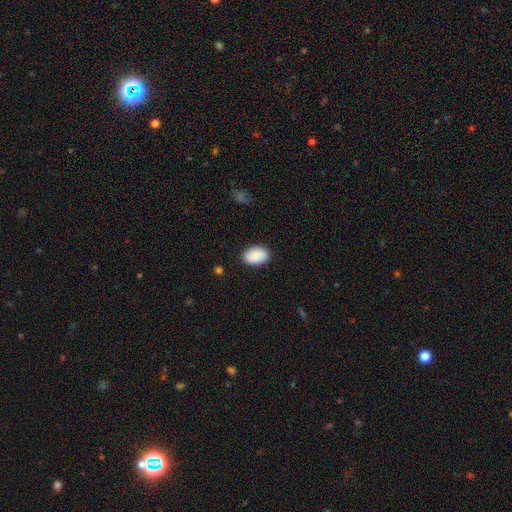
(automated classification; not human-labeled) Smooth or featured: smooth — 88% (star or artifact — 6%)
How rounded: in between — 89% (round — 10%)
Merging: none — 85% (minor disturbance — 11%)